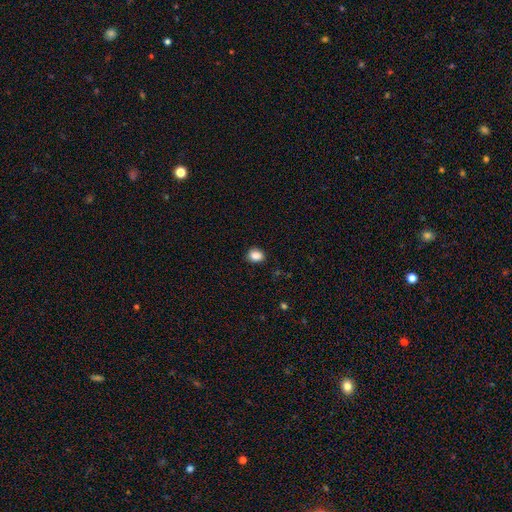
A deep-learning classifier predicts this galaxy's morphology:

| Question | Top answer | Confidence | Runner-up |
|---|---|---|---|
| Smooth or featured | smooth | 87% | star or artifact (9%) |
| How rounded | in between | 50% | round (49%) |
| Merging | none | 87% | minor disturbance (10%) |